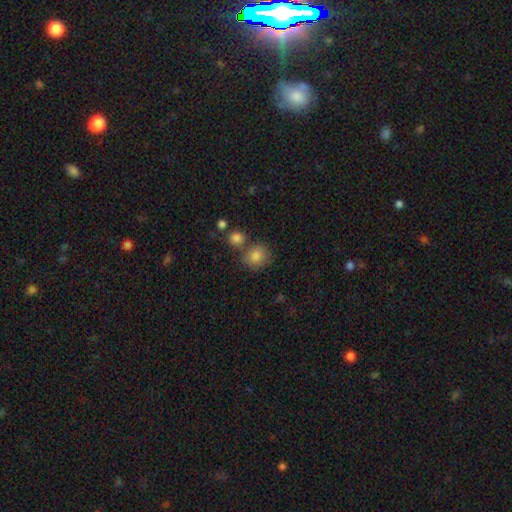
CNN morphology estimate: smooth 83%, star or artifact 11%, featured or disk 7%. Down the decision tree: how rounded — round (81%); merging — none (65%).